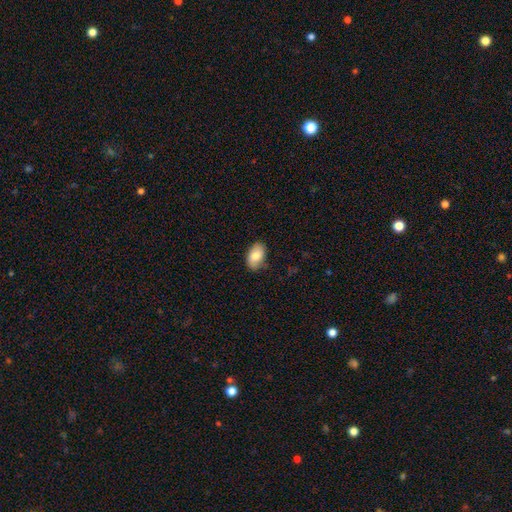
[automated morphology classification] A smooth galaxy with no disk features (80%) that is in between round and cigar-shaped (90%). Merging: none (78%).